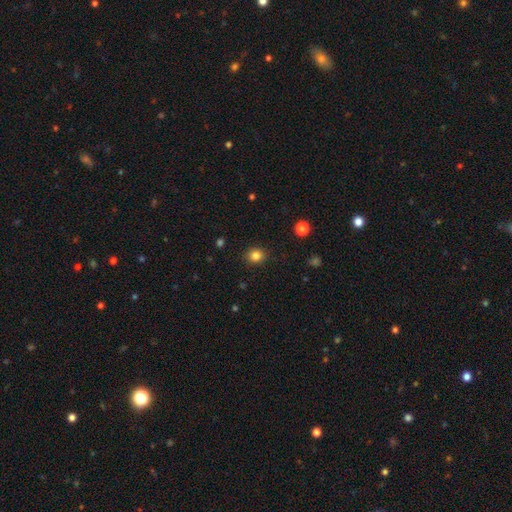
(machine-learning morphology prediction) type=smooth (83%); roundness=round (74%); merging=none (89%).